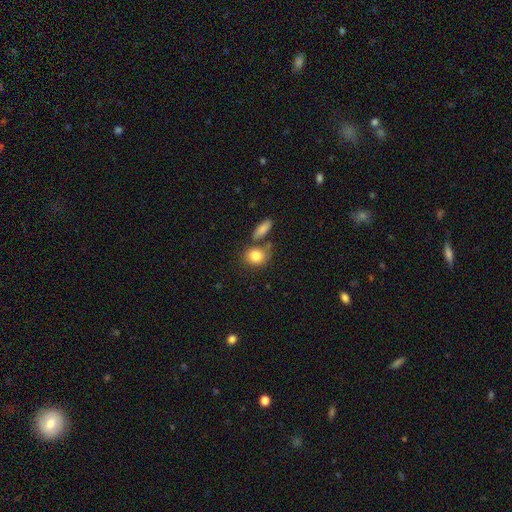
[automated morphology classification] Smooth or featured: smooth — 82% (featured or disk — 10%)
How rounded: round — 58% (in between — 40%)
Merging: none — 58% (merger — 24%)